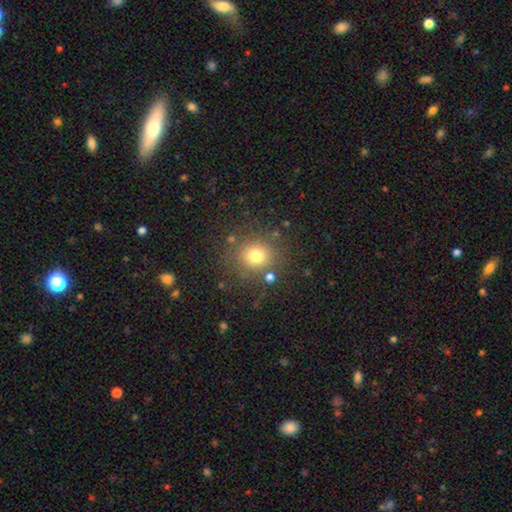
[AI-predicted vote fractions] Smooth or featured? Predicted: smooth (p=0.75). How rounded? Predicted: round (p=0.87). Merging? Predicted: none (p=0.82).